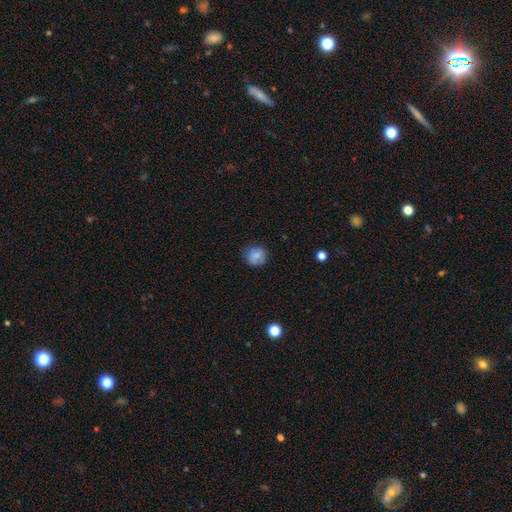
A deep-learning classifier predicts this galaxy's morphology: A smooth galaxy with no disk features (77%) that is round (81%). Merging: none (74%).